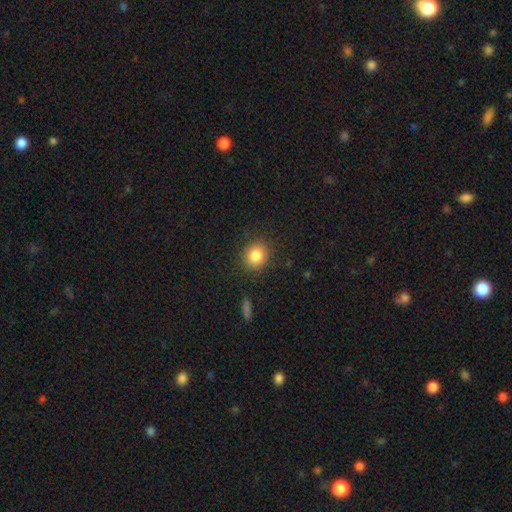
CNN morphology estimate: type=smooth (84%); roundness=round (73%); merging=none (86%).